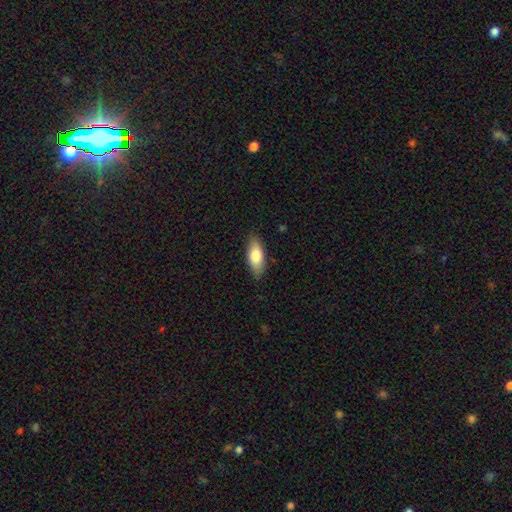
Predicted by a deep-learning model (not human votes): Smooth or featured? smooth (78%)
How rounded? in between (81%)
Merging? none (84%)